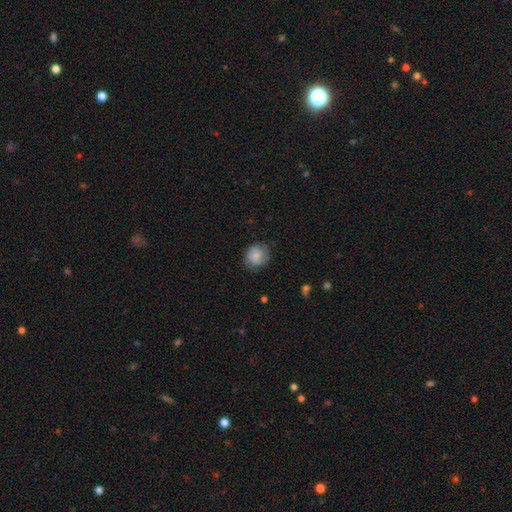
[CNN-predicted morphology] A smooth galaxy with no disk features (63%) that is round (79%).

Vote fractions:
- Smooth or featured? smooth: 63% / featured or disk: 29% / star or artifact: 8%
- How rounded? round: 79% / in between: 20% / cigar-shaped: 1%
- Merging? none: 70% / minor disturbance: 22% / major disturbance: 7% / merger: 1%